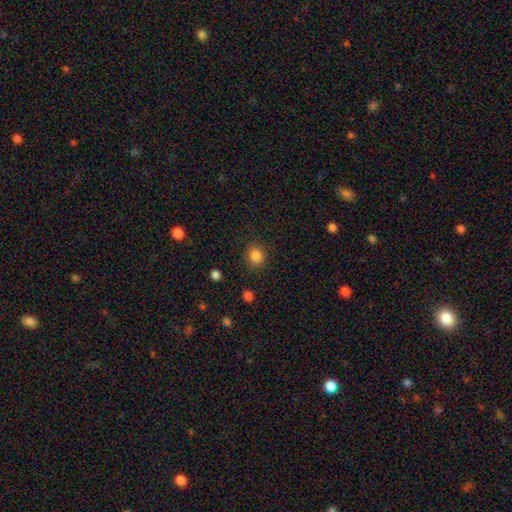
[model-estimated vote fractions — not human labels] Smooth or featured?
  - smooth: 85% *
  - star or artifact: 11%
  - featured or disk: 4%
How rounded?
  - round: 81% *
  - in between: 18%
  - cigar-shaped: 1%
Merging?
  - none: 88% *
  - minor disturbance: 7%
  - major disturbance: 3%
  - merger: 1%